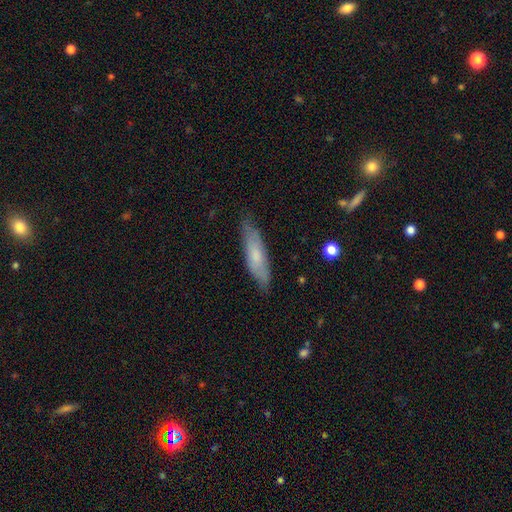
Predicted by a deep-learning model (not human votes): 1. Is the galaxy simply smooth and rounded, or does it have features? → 66% smooth, 28% featured or disk, 6% star or artifact.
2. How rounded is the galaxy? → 65% cigar-shaped, 33% in between, 2% round.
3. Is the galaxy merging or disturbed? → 78% none, 18% minor disturbance, 3% major disturbance, 1% merger.